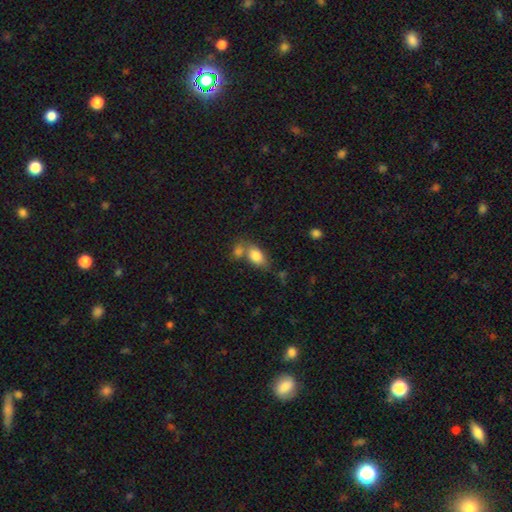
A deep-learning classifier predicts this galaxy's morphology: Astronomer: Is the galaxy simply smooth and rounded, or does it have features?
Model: smooth — 82%.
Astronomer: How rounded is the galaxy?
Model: in between — 86%.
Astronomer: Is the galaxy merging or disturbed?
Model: none — 49% (runner-up: merger, 31%).